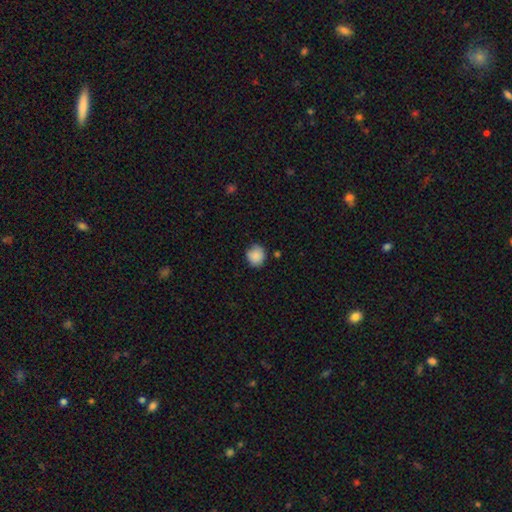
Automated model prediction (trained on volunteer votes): This appears to be a smooth galaxy with no disk features (88%) that is round (83%). Merging: none (76%).